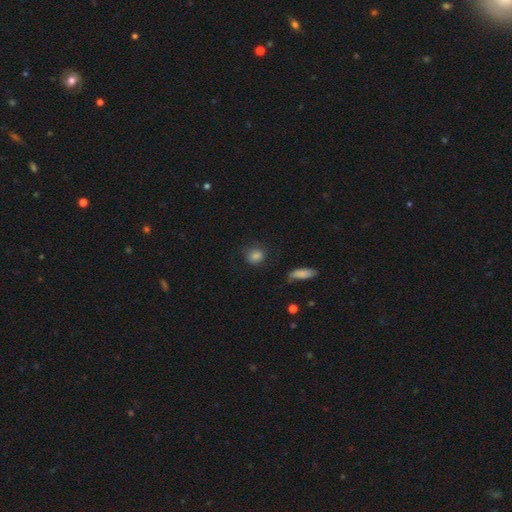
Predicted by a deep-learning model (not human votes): A smooth galaxy with no disk features (82%) that is round (60%). Merging: none (77%).